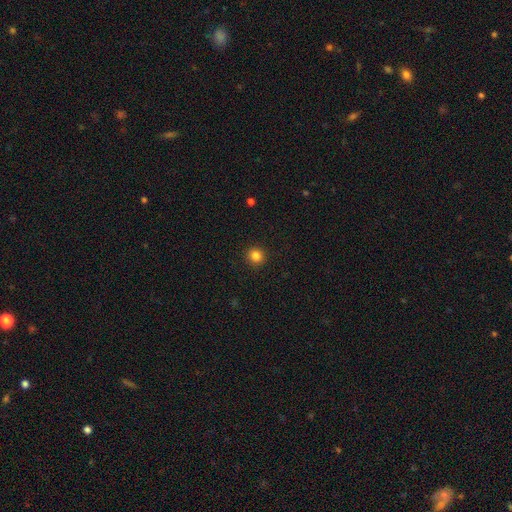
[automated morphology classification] Smooth or featured: smooth — 84% (star or artifact — 12%)
How rounded: round — 90% (in between — 9%)
Merging: none — 92% (minor disturbance — 5%)